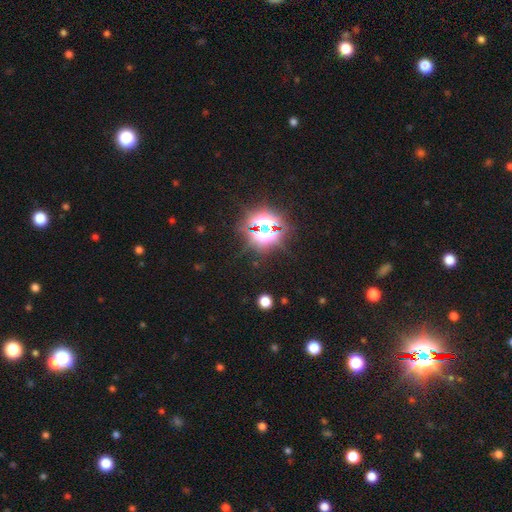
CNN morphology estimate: smooth_or_featured: star or artifact (p=0.83) [alt: smooth p=0.11]